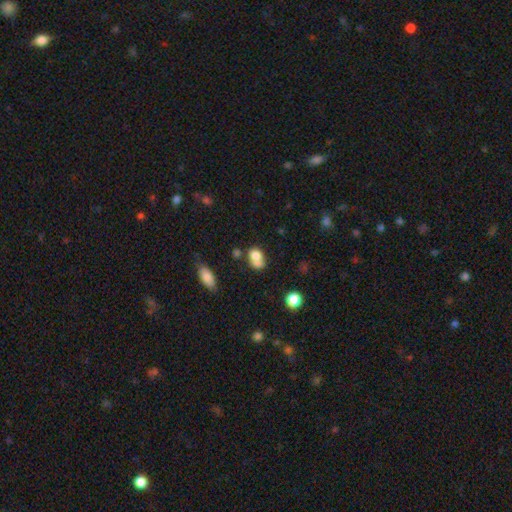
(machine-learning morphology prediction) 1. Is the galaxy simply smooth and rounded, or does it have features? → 74% smooth, 16% featured or disk, 11% star or artifact.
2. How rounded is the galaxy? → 61% in between, 37% round, 1% cigar-shaped.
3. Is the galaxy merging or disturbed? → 41% merger, 30% none, 18% minor disturbance, 11% major disturbance.